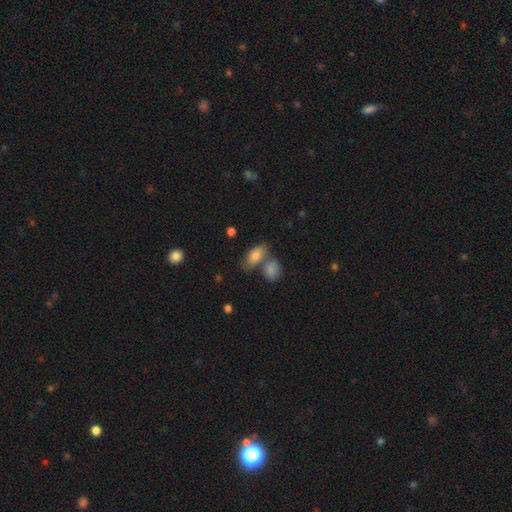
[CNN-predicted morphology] smooth_or_featured: smooth (p=0.81) [alt: featured or disk p=0.11]
how_rounded: in between (p=0.88) [alt: round p=0.06]
merging: none (p=0.48) [alt: merger p=0.33]